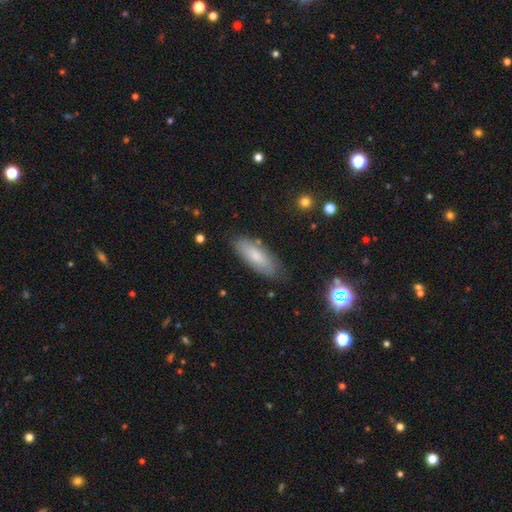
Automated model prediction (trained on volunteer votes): Smooth or featured: smooth — 76% (featured or disk — 17%)
How rounded: in between — 64% (cigar-shaped — 34%)
Merging: none — 81% (minor disturbance — 14%)